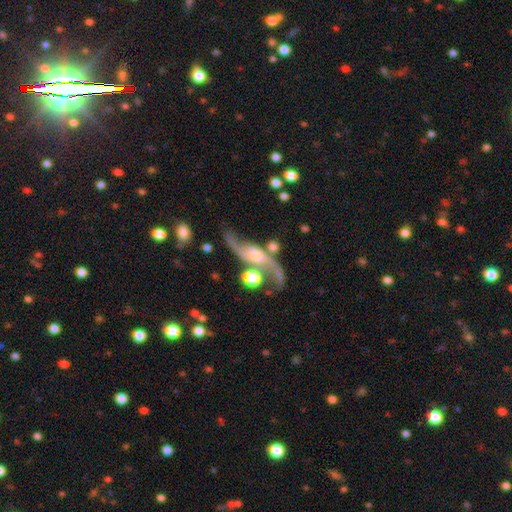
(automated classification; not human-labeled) smooth_or_featured: featured or disk (p=0.87) [alt: smooth p=0.07]
disk_edge_on: no (p=0.93) [alt: yes p=0.07]
bar: no (p=0.45) [alt: weak p=0.39]
has_spiral_arms: yes (p=0.97) [alt: no p=0.03]
spiral_winding: loose (p=0.82) [alt: medium p=0.14]
spiral_arm_count: 2 (p=0.94) [alt: 1 p=0.02]
bulge_size: moderate (p=0.34) [alt: small p=0.32]
merging: none (p=0.55) [alt: minor disturbance p=0.18]